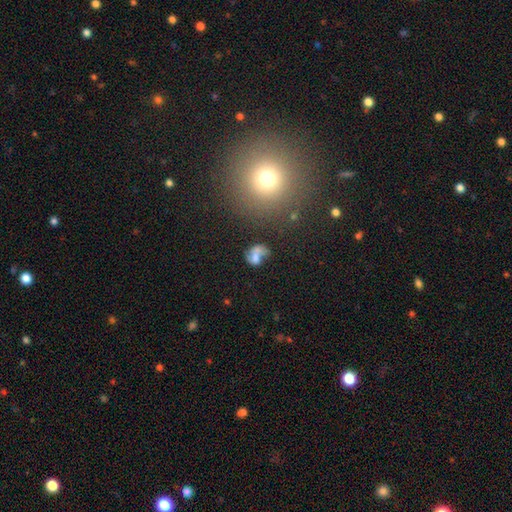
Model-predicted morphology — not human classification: Smooth or featured: featured or disk — 44% (smooth — 43%)
Merging: merger — 35% (none — 30%)